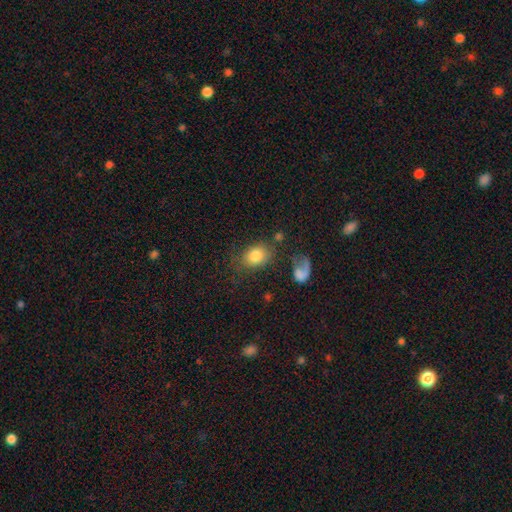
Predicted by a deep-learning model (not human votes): smooth-or-featured: smooth: 78% | featured or disk: 13% | star or artifact: 9%
  how-rounded: in between: 68% | round: 31% | cigar-shaped: 1%
  merging: none: 62% | minor disturbance: 17% | major disturbance: 12% | merger: 9%